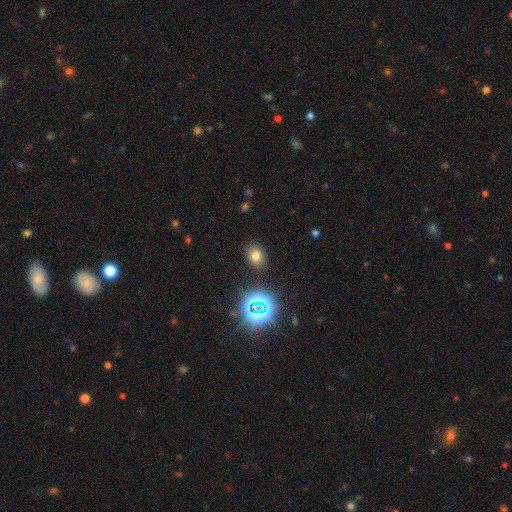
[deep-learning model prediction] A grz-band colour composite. It shows a smooth galaxy with no disk features (70%) that is in between round and cigar-shaped (59%). Merging: none (86%).